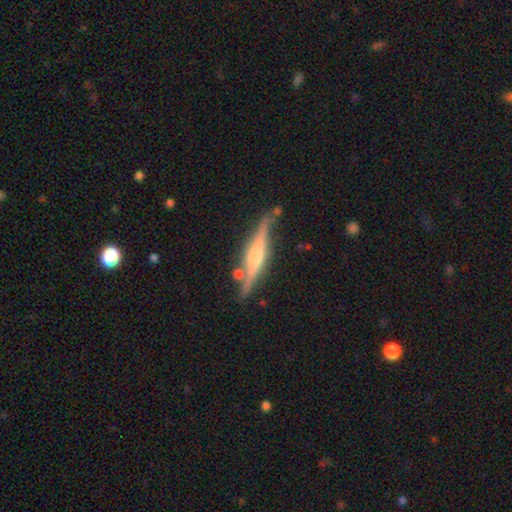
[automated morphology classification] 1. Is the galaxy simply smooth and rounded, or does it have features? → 80% featured or disk, 14% smooth, 6% star or artifact.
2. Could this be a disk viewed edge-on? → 91% yes, 9% no.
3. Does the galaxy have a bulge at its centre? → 73% rounded, 18% boxy, 9% none.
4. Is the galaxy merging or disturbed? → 72% none, 19% minor disturbance, 5% major disturbance, 4% merger.